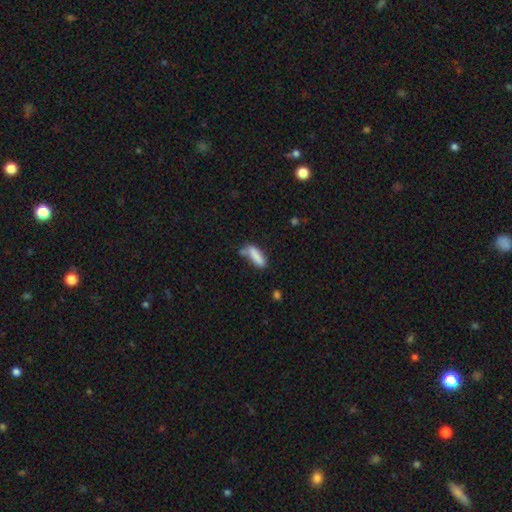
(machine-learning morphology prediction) smooth_or_featured: smooth (p=0.83) [alt: featured or disk p=0.10]
how_rounded: cigar-shaped (p=0.56) [alt: in between p=0.42]
merging: none (p=0.54) [alt: minor disturbance p=0.25]